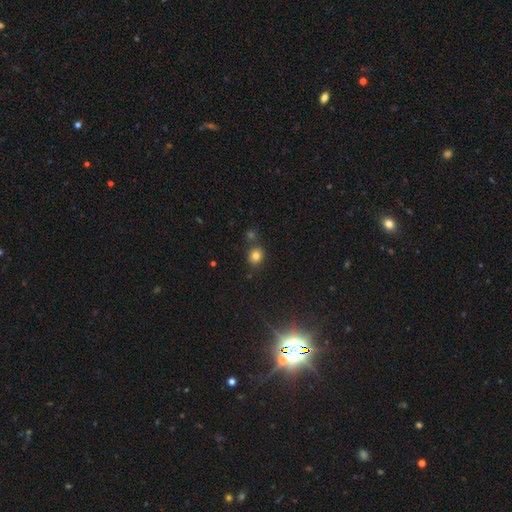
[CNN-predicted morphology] Overall: smooth (80%). How rounded: round (70%). Merging: none (75%).